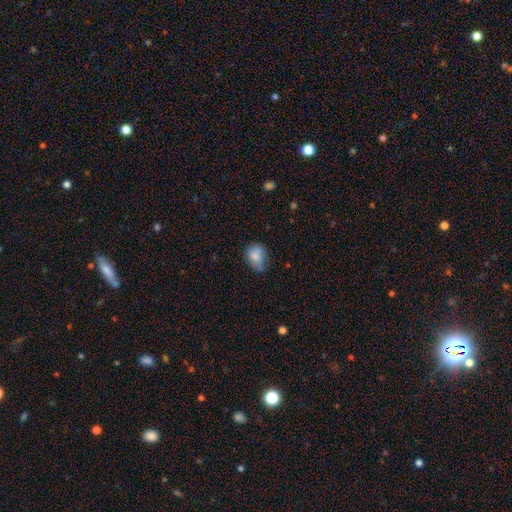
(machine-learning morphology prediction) A smooth galaxy with no disk features (80%) that is in between round and cigar-shaped (52%). Merging: none (49%).